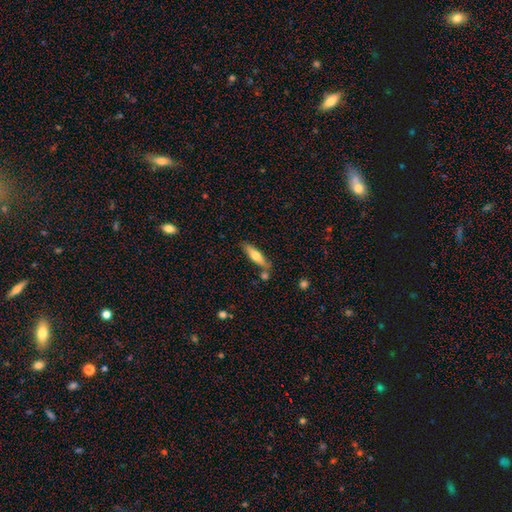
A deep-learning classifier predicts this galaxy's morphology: A smooth galaxy with no disk features (60%) that is cigar-shaped (71%). Merging: none (73%).